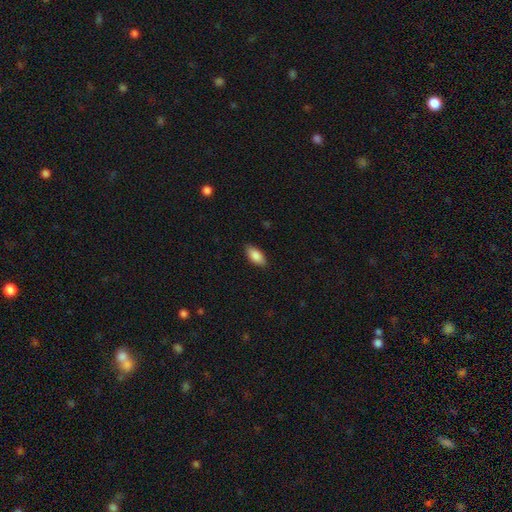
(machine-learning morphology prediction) type=smooth (87%); roundness=in between (90%); merging=none (87%).